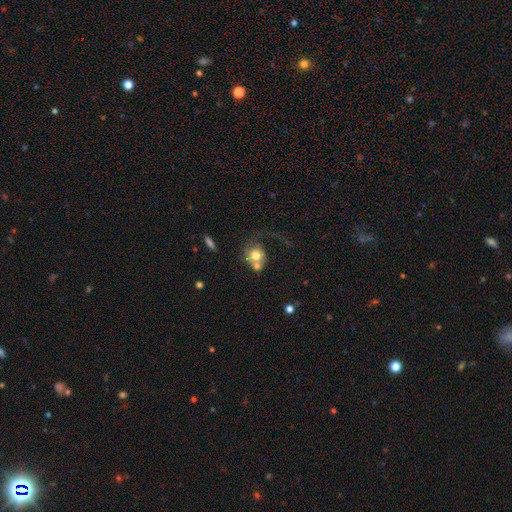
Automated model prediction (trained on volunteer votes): Q: Smooth or featured?
A: smooth (63%); runner-up: featured or disk (28%)
Q: How rounded?
A: round (76%); runner-up: in between (23%)
Q: Merging?
A: merger (39%); runner-up: none (28%)